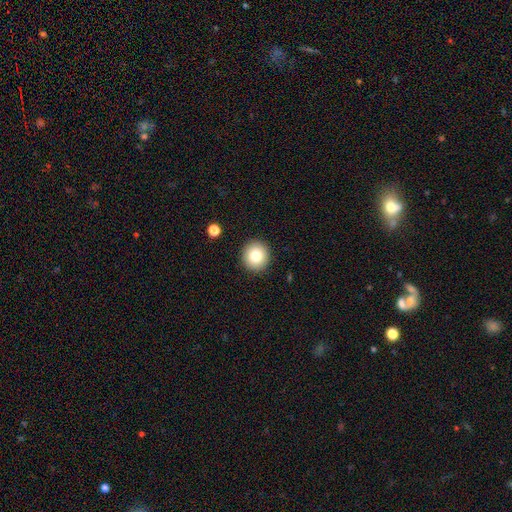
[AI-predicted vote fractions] Smooth or featured? smooth (80%)
How rounded? round (93%)
Merging? none (92%)